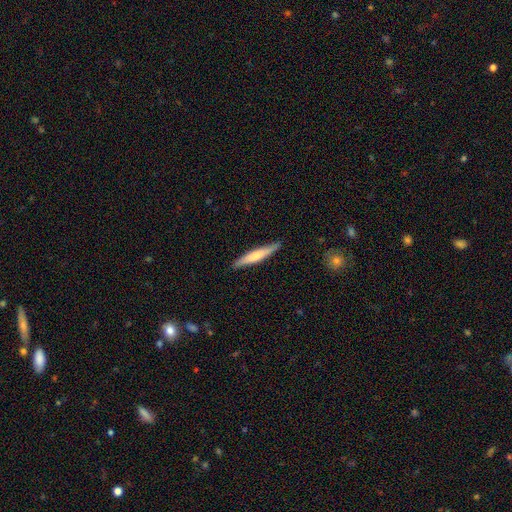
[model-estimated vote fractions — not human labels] A smooth galaxy with no disk features (62%) that is cigar-shaped (93%). Merging: none (89%).